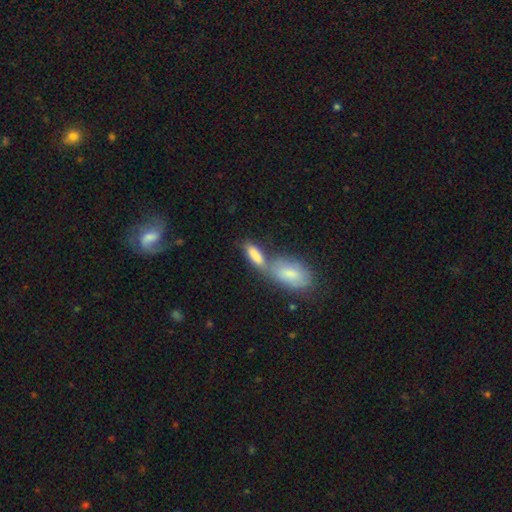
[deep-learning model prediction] smooth_or_featured: smooth (p=0.71) [alt: featured or disk p=0.20]
how_rounded: in between (p=0.78) [alt: cigar-shaped p=0.18]
merging: merger (p=0.54) [alt: none p=0.30]